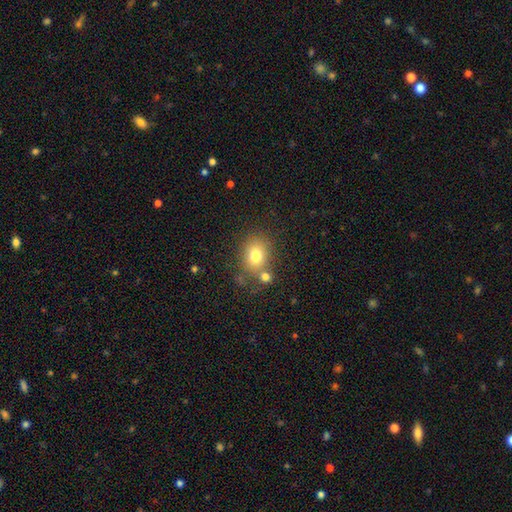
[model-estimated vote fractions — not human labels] Q: Smooth or featured?
A: smooth (77%); runner-up: star or artifact (12%)
Q: How rounded?
A: round (51%); runner-up: in between (48%)
Q: Merging?
A: none (64%); runner-up: merger (18%)